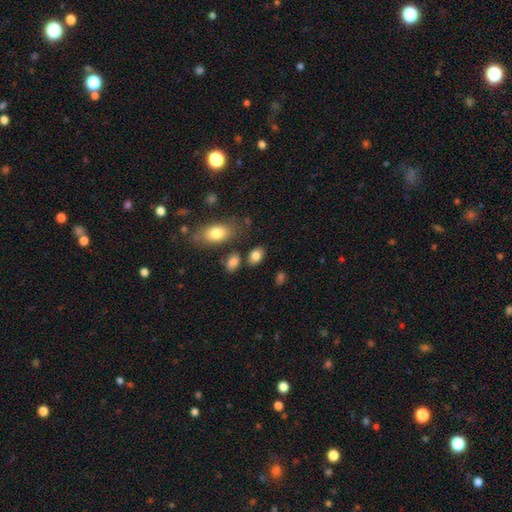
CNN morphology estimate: Smooth or featured: smooth — 84% (star or artifact — 9%)
How rounded: in between — 84% (round — 14%)
Merging: none — 76% (minor disturbance — 12%)